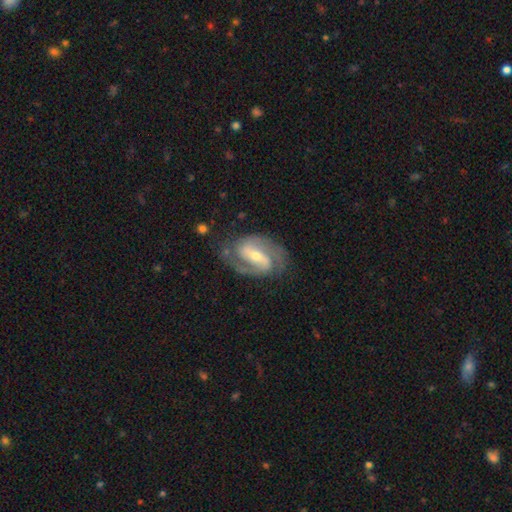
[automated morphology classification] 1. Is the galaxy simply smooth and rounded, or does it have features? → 89% featured or disk, 6% smooth, 5% star or artifact.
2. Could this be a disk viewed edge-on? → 97% no, 3% yes.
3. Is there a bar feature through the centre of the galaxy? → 47% strong, 36% weak, 17% no.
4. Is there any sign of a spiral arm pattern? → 96% yes, 4% no.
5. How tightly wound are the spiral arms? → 54% medium, 31% tight, 15% loose.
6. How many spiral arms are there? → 89% 2, 4% can't tell, 3% 3, 2% 1, 1% 4, 1% more than 4.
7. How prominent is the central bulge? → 49% small, 47% moderate, 2% large, 1% none, 1% dominant.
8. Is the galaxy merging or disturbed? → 76% none, 15% minor disturbance, 7% major disturbance, 2% merger.